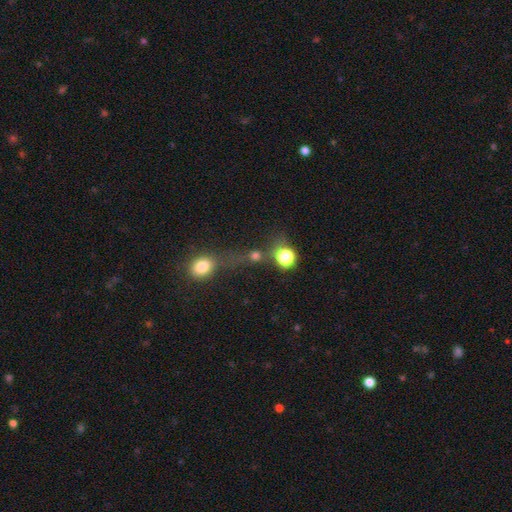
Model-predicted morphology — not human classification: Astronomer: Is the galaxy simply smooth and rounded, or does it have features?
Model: smooth — 55% (runner-up: star or artifact, 32%).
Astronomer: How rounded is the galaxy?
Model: round — 76%.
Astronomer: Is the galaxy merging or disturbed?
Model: none — 46% (runner-up: merger, 29%).